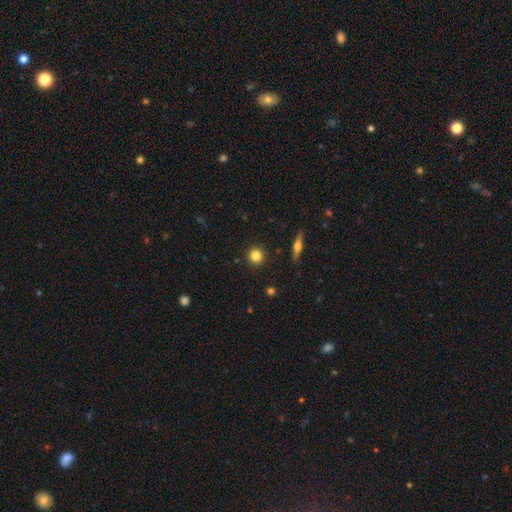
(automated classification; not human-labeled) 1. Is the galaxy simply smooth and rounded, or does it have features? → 82% smooth, 10% star or artifact, 8% featured or disk.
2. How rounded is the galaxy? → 92% round, 6% in between, 1% cigar-shaped.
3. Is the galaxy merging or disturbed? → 92% none, 5% minor disturbance, 2% major disturbance, 1% merger.